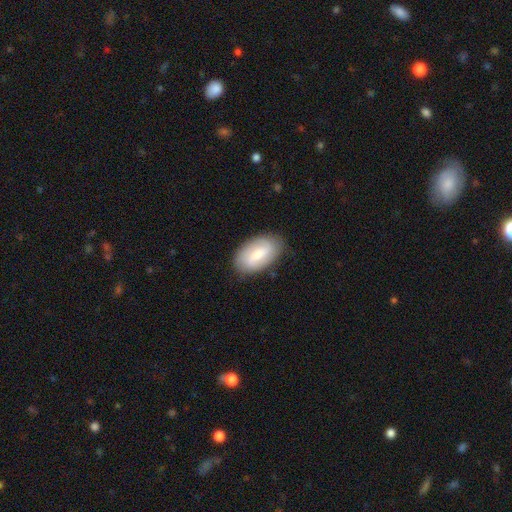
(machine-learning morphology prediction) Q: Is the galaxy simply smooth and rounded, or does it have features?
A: smooth — 61%.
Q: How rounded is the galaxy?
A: in between — 94%.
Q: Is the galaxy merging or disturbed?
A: none — 83%.